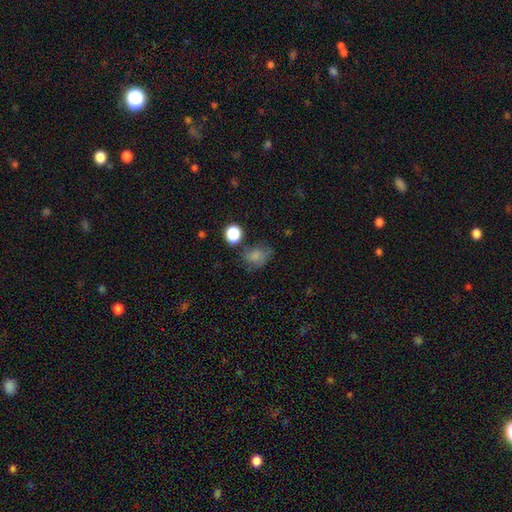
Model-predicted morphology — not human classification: This is likely a smooth galaxy (72%). How rounded: possibly in between (56%). Merging: possibly none (48%).